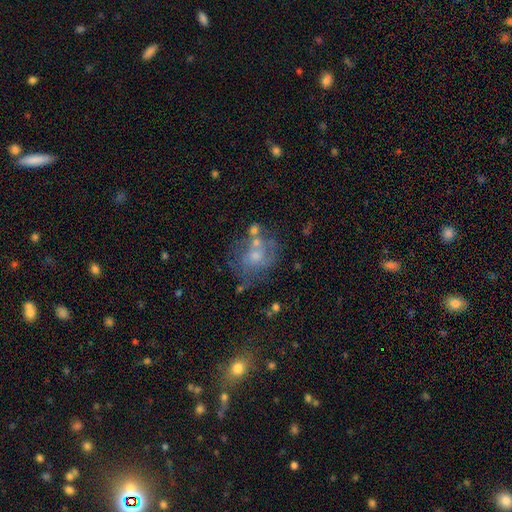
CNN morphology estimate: This is possibly a featured or disk galaxy (51%). It is clearly not viewed edge-on (97%). Merging: possibly none (46%).